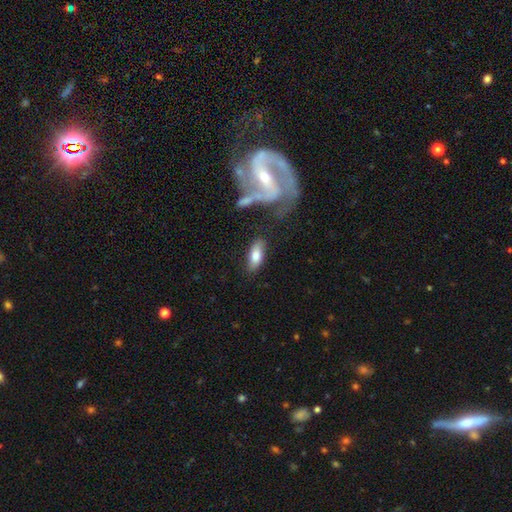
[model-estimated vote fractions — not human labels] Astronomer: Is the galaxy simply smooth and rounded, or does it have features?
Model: smooth — 74%.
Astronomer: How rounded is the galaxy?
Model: in between — 80%.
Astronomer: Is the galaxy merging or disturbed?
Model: none — 79%.